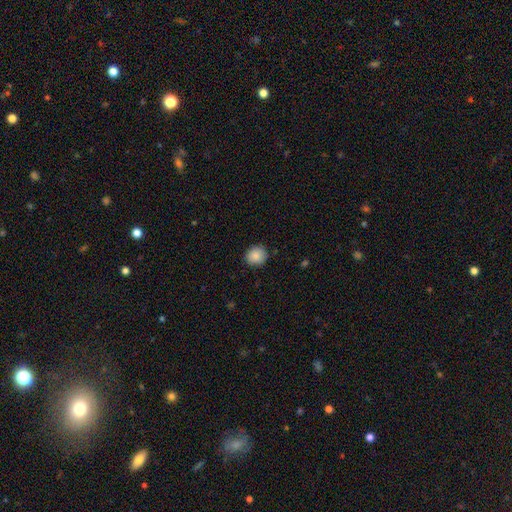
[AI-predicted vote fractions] smooth-or-featured: smooth: 87% | star or artifact: 8% | featured or disk: 5%
  how-rounded: round: 82% | in between: 17% | cigar-shaped: 1%
  merging: none: 86% | minor disturbance: 11% | major disturbance: 2% | merger: 1%